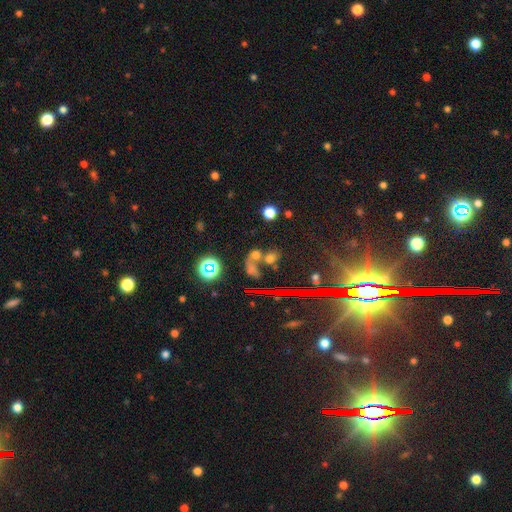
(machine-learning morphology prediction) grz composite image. It shows a smooth galaxy with no disk features (54%) that is round (56%). Merging: merger (54%).